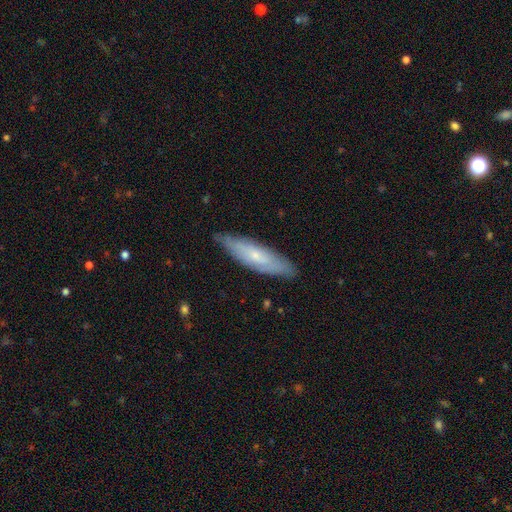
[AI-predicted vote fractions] Q: Smooth or featured?
A: featured or disk (47%); runner-up: smooth (46%)
Q: Merging?
A: none (81%); runner-up: minor disturbance (16%)